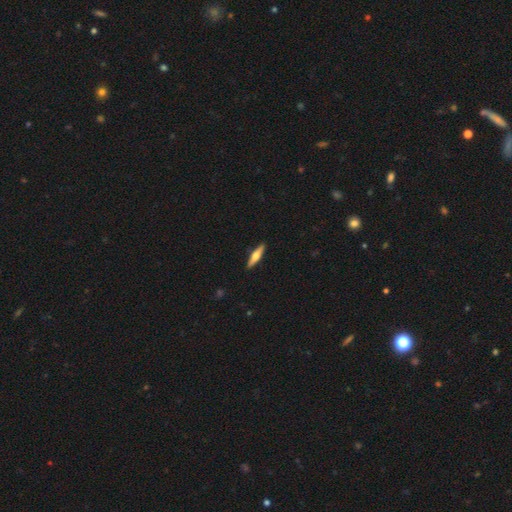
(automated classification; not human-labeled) Smooth or featured: featured or disk — 48% (smooth — 46%)
Merging: none — 91% (minor disturbance — 7%)